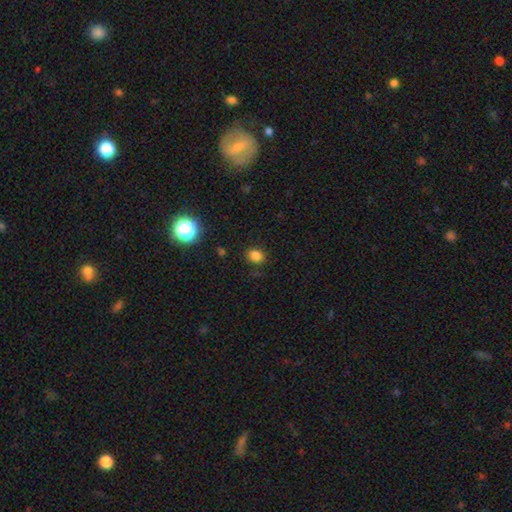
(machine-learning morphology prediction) Overall: smooth (81%). How rounded: round (53%; in between 46%). Merging: none (84%).